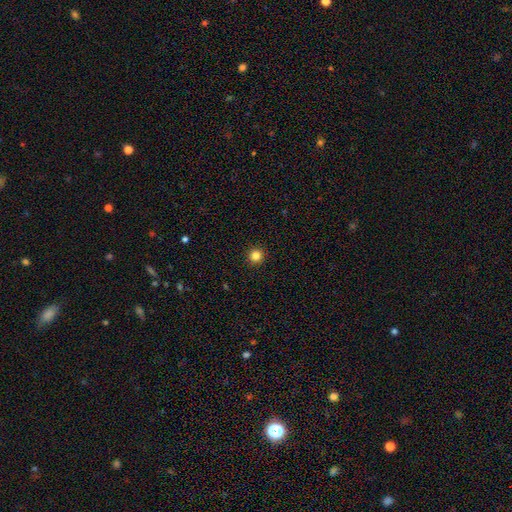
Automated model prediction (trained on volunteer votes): smooth_or_featured: smooth (p=0.84) [alt: star or artifact p=0.12]
how_rounded: round (p=0.96) [alt: in between p=0.03]
merging: none (p=0.94) [alt: minor disturbance p=0.04]